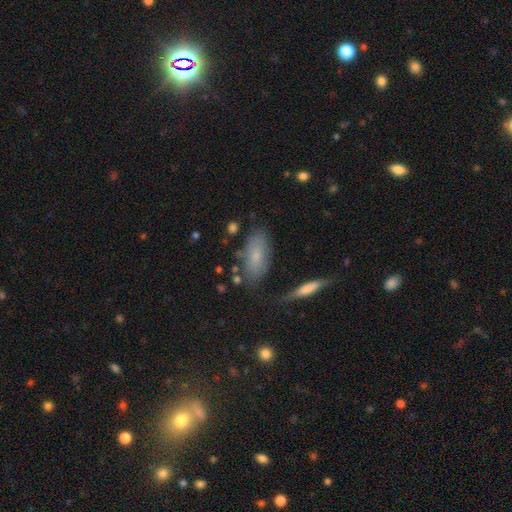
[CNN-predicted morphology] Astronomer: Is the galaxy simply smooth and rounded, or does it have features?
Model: smooth — 70%.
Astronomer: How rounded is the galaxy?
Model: in between — 82%.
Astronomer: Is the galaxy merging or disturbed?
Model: none — 71%.